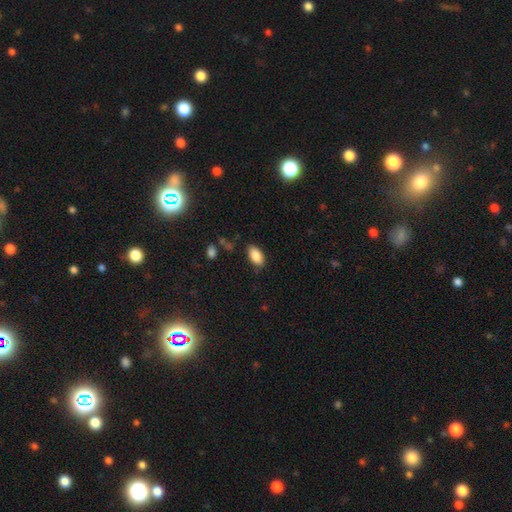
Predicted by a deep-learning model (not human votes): Smooth or featured?
  - smooth: 87% *
  - star or artifact: 7%
  - featured or disk: 6%
How rounded?
  - in between: 93% *
  - round: 4%
  - cigar-shaped: 3%
Merging?
  - none: 83% *
  - minor disturbance: 12%
  - major disturbance: 3%
  - merger: 2%